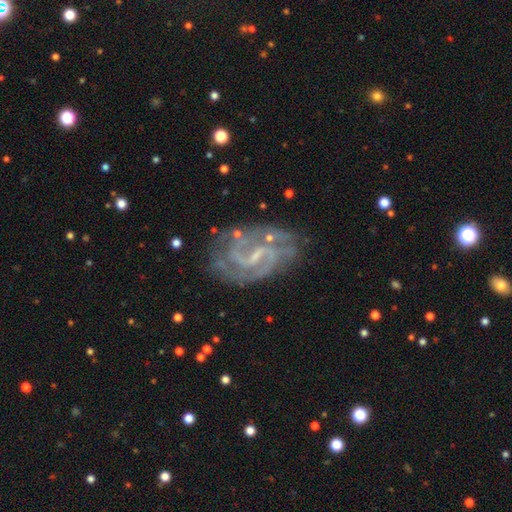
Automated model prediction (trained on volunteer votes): Q: Smooth or featured?
A: featured or disk (88%); runner-up: star or artifact (7%)
Q: Edge-on disk?
A: no (97%); runner-up: yes (3%)
Q: Bar?
A: weak (54%); runner-up: strong (25%)
Q: Spiral arms?
A: yes (96%); runner-up: no (4%)
Q: Spiral winding?
A: medium (50%); runner-up: tight (31%)
Q: Spiral arm count?
A: 2 (66%); runner-up: can't tell (13%)
Q: Bulge size?
A: small (54%); runner-up: none (31%)
Q: Merging?
A: none (70%); runner-up: minor disturbance (18%)